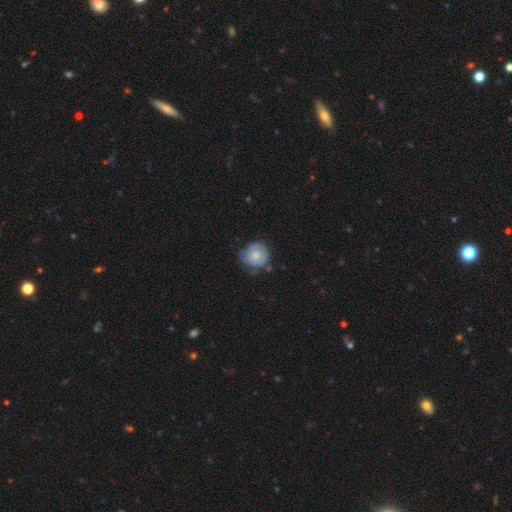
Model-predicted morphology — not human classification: Smooth or featured? smooth (58%)
How rounded? round (83%)
Merging? none (60%)